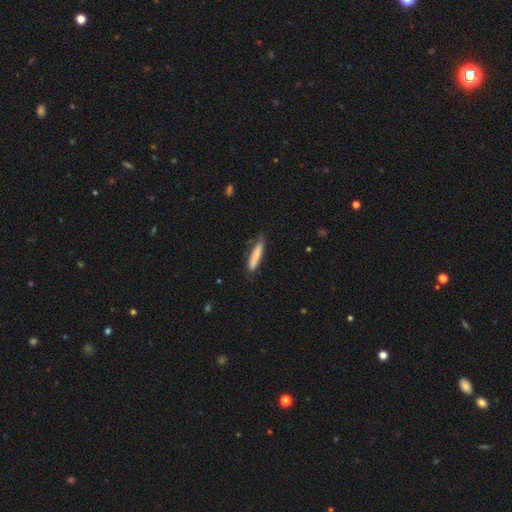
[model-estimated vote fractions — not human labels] smooth_or_featured: smooth (p=0.81) [alt: featured or disk p=0.14]
how_rounded: cigar-shaped (p=0.89) [alt: in between p=0.10]
merging: none (p=0.75) [alt: minor disturbance p=0.20]